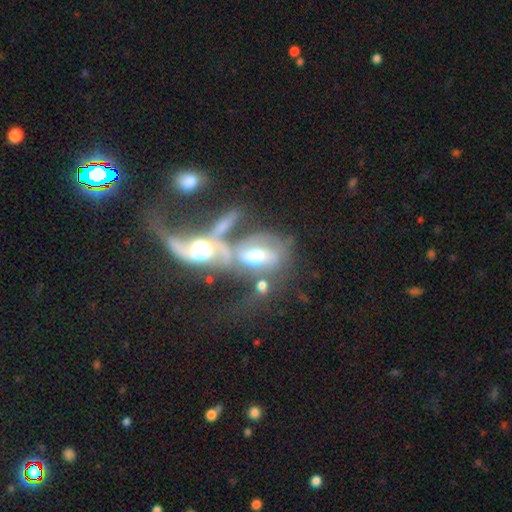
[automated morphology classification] The model was most divided on "bar": no: 41%, weak: 37%, strong: 22%. More confident: edge-on disk — no (91%); spiral arms — yes (80%); smooth or featured — featured or disk (68%); merging — merger (66%); bulge size — moderate (61%).